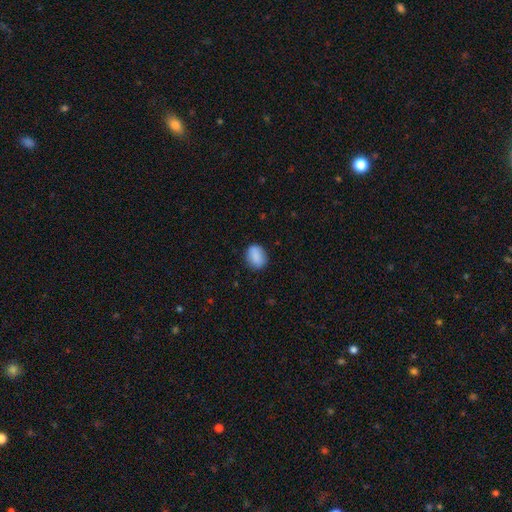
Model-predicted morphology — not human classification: Smooth or featured?
  - smooth: 87% *
  - star or artifact: 8%
  - featured or disk: 6%
How rounded?
  - in between: 62% *
  - round: 36%
  - cigar-shaped: 1%
Merging?
  - none: 82% *
  - minor disturbance: 14%
  - major disturbance: 3%
  - merger: 1%